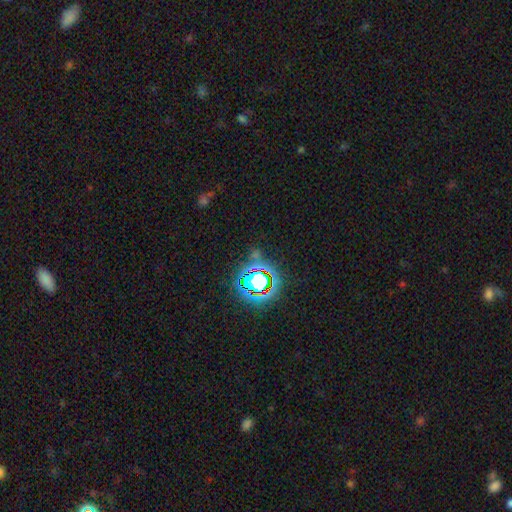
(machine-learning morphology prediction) smooth-or-featured: star or artifact: 71% | smooth: 19% | featured or disk: 10%